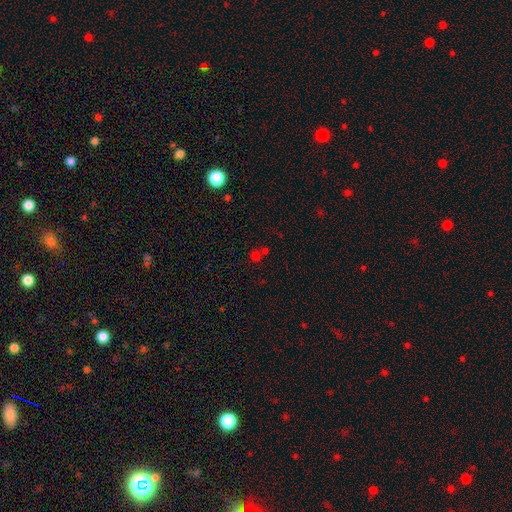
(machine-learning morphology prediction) Overall: smooth (57%; star or artifact 34%). How rounded: round (87%). Merging: none (58%; merger 31%).